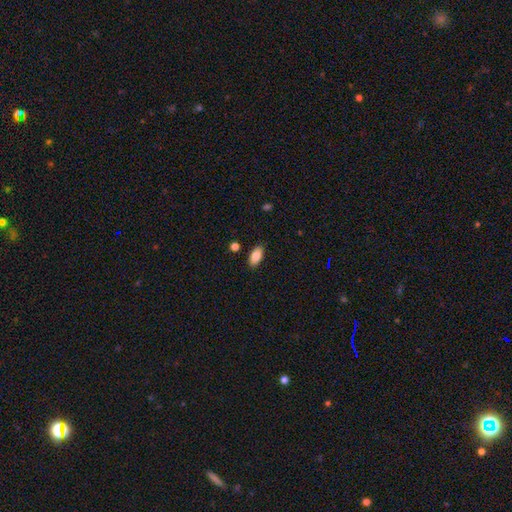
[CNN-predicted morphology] This is clearly a smooth galaxy (85%). How rounded: clearly in between (92%). Merging: clearly none (87%).